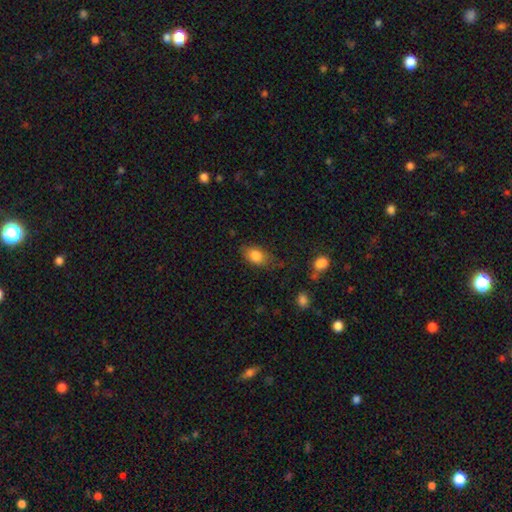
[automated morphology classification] smooth 82%, featured or disk 10%, star or artifact 9%. Down the decision tree: how rounded — in between (82%); merging — none (65%).